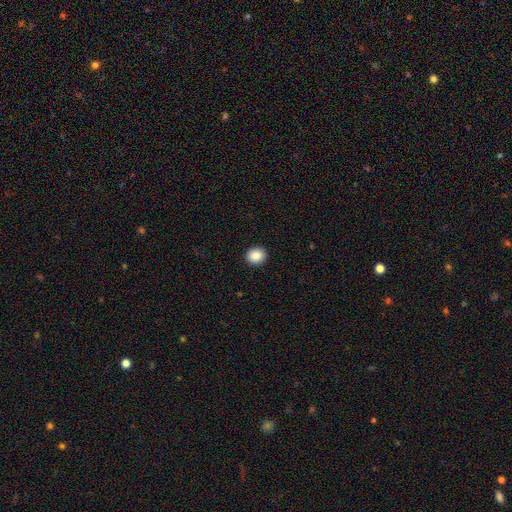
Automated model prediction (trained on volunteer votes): Overall: smooth (88%). How rounded: round (78%). Merging: none (92%).